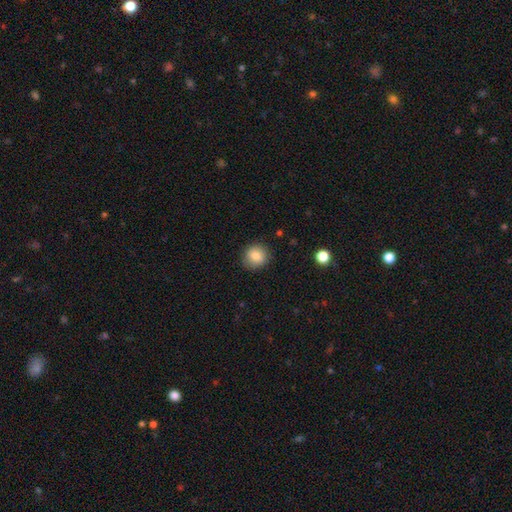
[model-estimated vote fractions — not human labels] A smooth galaxy with no disk features (84%) that is round (87%).

Vote fractions:
- Smooth or featured? smooth: 84% / star or artifact: 9% / featured or disk: 7%
- How rounded? round: 87% / in between: 12% / cigar-shaped: 1%
- Merging? none: 87% / minor disturbance: 9% / major disturbance: 2% / merger: 1%